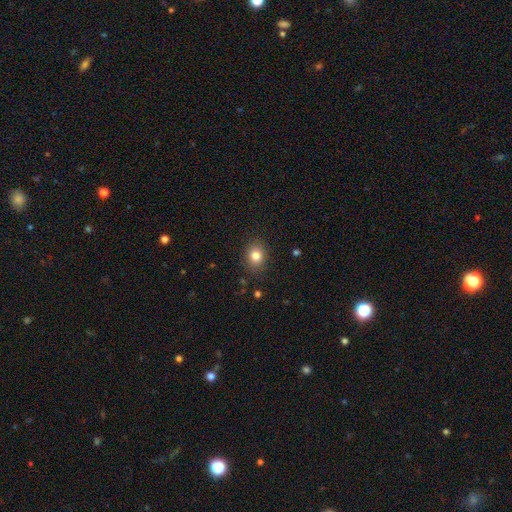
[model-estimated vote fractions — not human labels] A smooth galaxy with no disk features (82%) that is round (56%). Merging: none (87%).